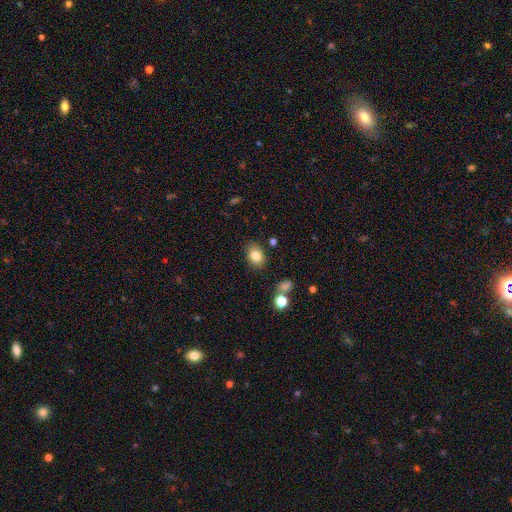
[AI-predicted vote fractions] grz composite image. It shows a smooth galaxy with no disk features (83%) that is in between round and cigar-shaped (64%). Merging: none (82%).